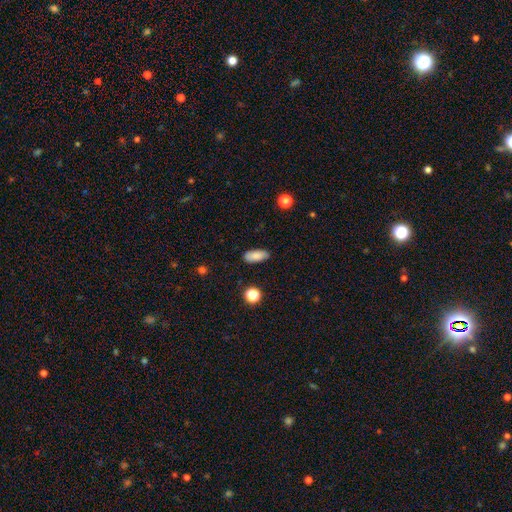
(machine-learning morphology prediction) Smooth or featured? smooth (85%)
How rounded? in between (83%)
Merging? none (87%)